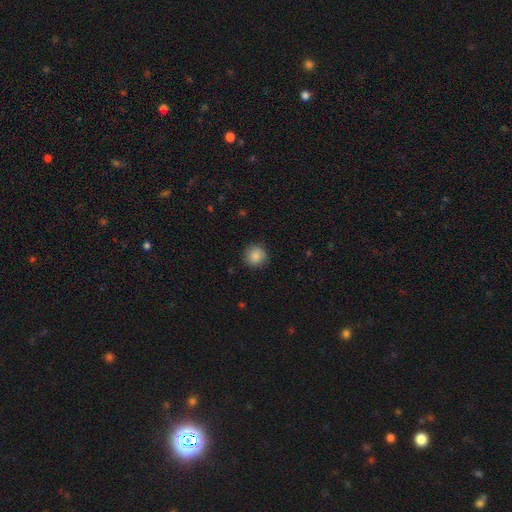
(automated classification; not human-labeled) Smooth or featured: smooth — 85% (star or artifact — 9%)
How rounded: round — 93% (in between — 7%)
Merging: none — 87% (minor disturbance — 10%)